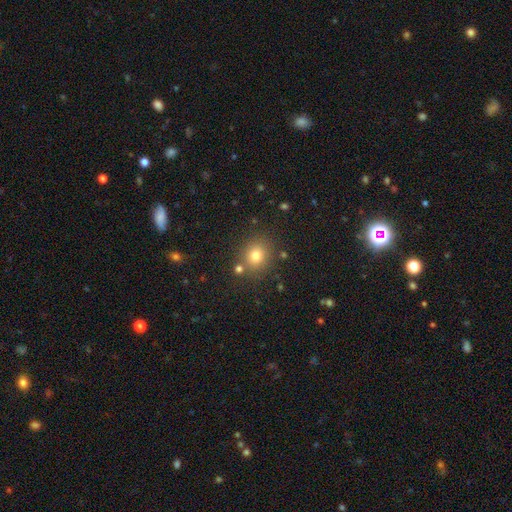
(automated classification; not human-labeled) Q: Smooth or featured?
A: smooth (77%); runner-up: star or artifact (15%)
Q: How rounded?
A: round (78%); runner-up: in between (21%)
Q: Merging?
A: none (79%); runner-up: minor disturbance (10%)